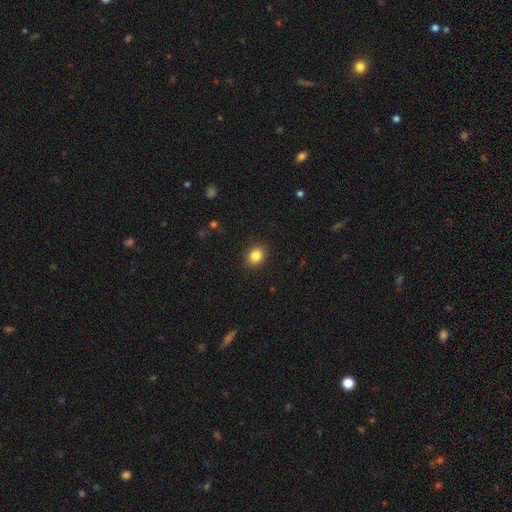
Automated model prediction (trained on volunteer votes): Q: Smooth or featured?
A: smooth (85%); runner-up: star or artifact (10%)
Q: How rounded?
A: round (54%); runner-up: in between (45%)
Q: Merging?
A: none (90%); runner-up: minor disturbance (7%)